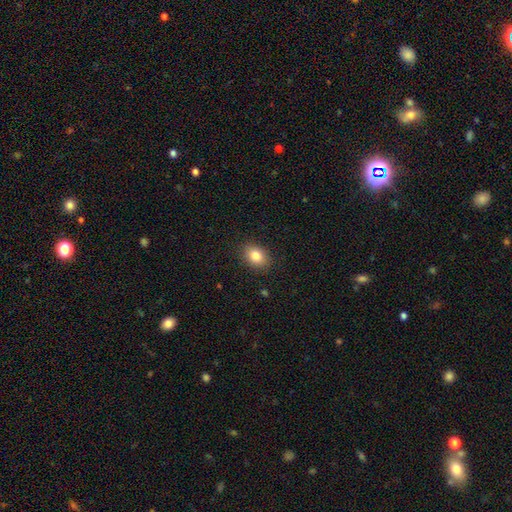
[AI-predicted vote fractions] Smooth or featured? smooth (83%)
How rounded? in between (72%)
Merging? none (88%)